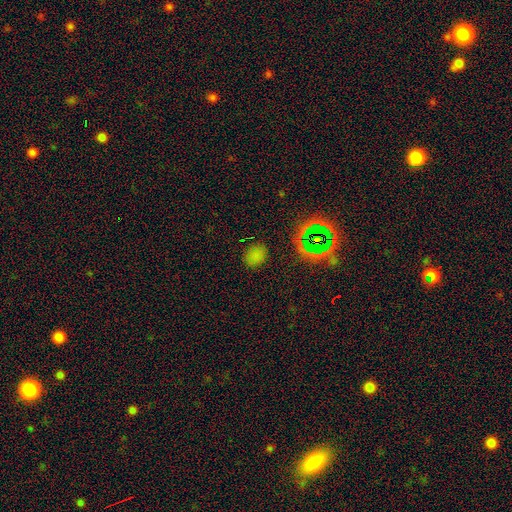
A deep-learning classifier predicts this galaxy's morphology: Q: Smooth or featured?
A: smooth (71%); runner-up: star or artifact (24%)
Q: How rounded?
A: round (58%); runner-up: in between (40%)
Q: Merging?
A: none (86%); runner-up: minor disturbance (9%)